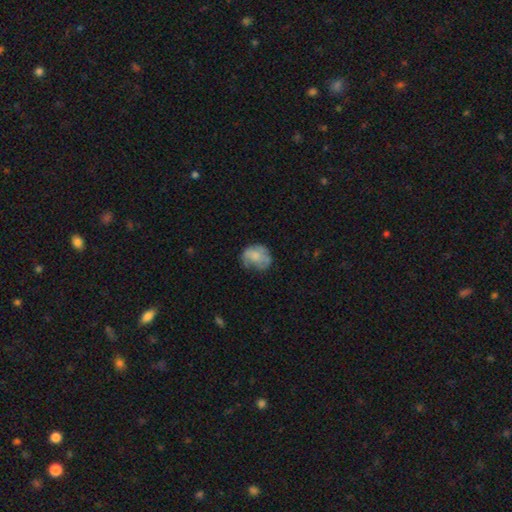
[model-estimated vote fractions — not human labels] Morphology: type=smooth (59%); roundness=round (60%); merging=none (51%).